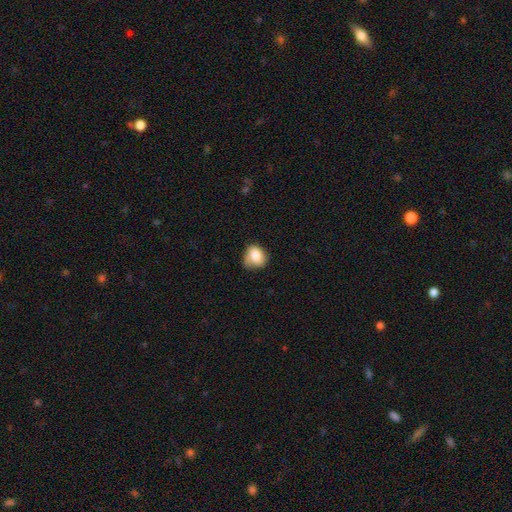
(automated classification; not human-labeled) Morphology: type=smooth (81%); roundness=round (58%); merging=none (45%).